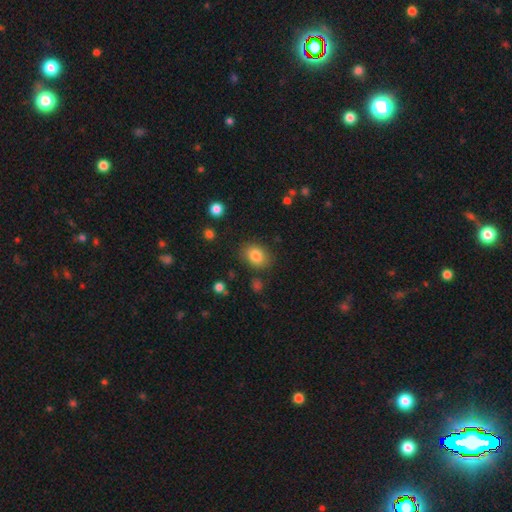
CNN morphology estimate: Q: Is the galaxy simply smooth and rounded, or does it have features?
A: smooth — 83%.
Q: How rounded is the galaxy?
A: in between — 58%.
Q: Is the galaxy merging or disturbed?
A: none — 82%.